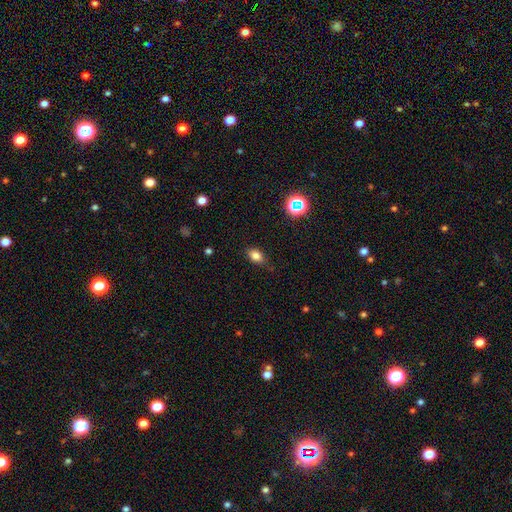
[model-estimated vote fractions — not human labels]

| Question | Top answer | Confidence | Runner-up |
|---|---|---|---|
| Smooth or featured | smooth | 80% | star or artifact (13%) |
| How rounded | in between | 80% | round (18%) |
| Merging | none | 78% | minor disturbance (17%) |